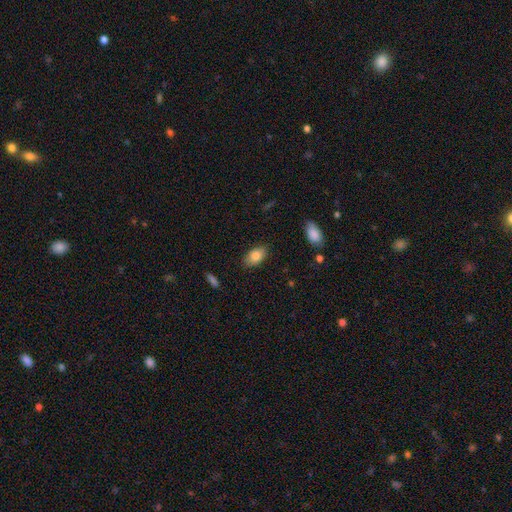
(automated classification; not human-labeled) Smooth or featured? smooth (84%)
How rounded? in between (92%)
Merging? none (84%)